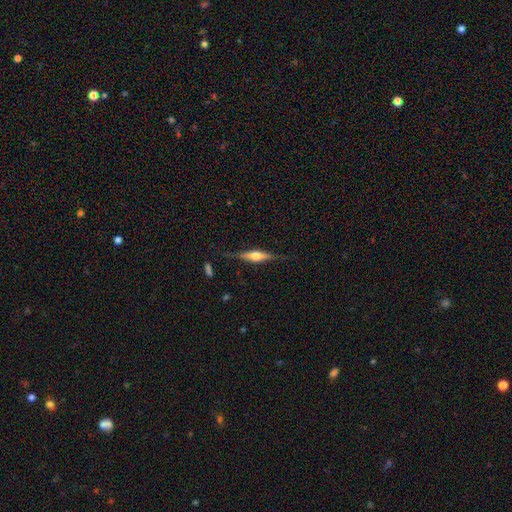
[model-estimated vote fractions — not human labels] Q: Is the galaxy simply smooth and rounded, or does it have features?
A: featured or disk — 66%.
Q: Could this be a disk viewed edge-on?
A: yes — 96%.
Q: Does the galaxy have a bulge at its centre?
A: rounded — 81%.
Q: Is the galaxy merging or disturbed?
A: none — 79%.